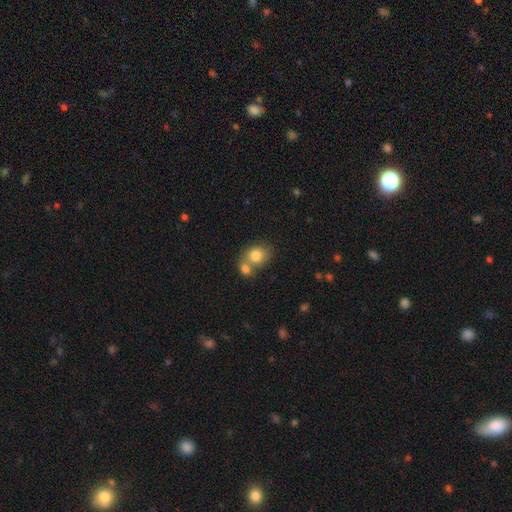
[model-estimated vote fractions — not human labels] Smooth or featured? smooth (80%)
How rounded? round (57%)
Merging? merger (52%)